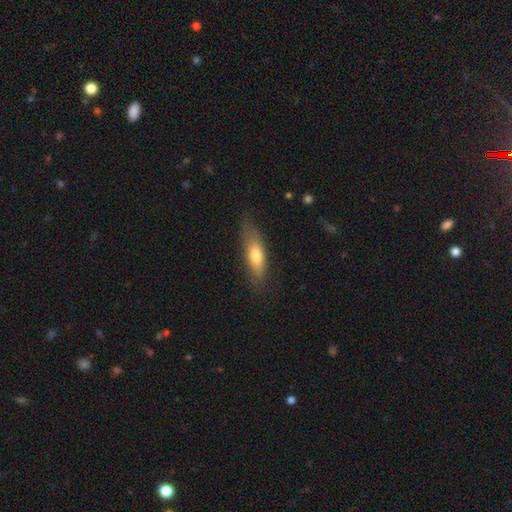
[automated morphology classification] A smooth galaxy with no disk features (67%) that is in between round and cigar-shaped (51%).

Vote fractions:
- Smooth or featured? smooth: 67% / featured or disk: 26% / star or artifact: 6%
- How rounded? in between: 51% / cigar-shaped: 46% / round: 3%
- Merging? none: 72% / minor disturbance: 21% / major disturbance: 6% / merger: 1%